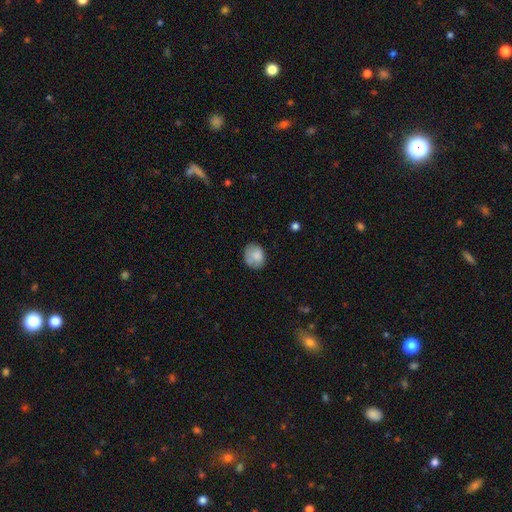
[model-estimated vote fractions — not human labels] smooth-or-featured: smooth: 80% | featured or disk: 12% | star or artifact: 8%
  how-rounded: in between: 50% | round: 49% | cigar-shaped: 1%
  merging: none: 67% | minor disturbance: 24% | major disturbance: 7% | merger: 2%